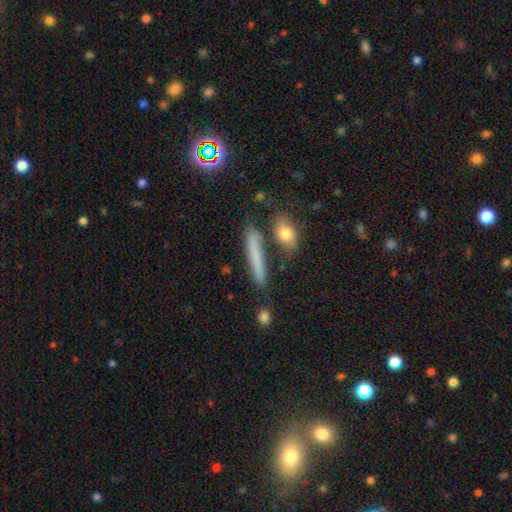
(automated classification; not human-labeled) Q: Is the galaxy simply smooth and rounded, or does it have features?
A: smooth — 66%.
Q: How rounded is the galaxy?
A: cigar-shaped — 87%.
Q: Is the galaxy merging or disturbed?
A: none — 79%.